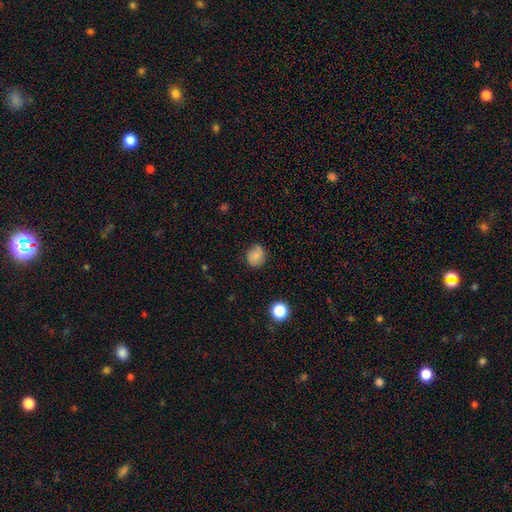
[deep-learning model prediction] smooth-or-featured: smooth: 75% | featured or disk: 14% | star or artifact: 10%
  how-rounded: round: 72% | in between: 27% | cigar-shaped: 1%
  merging: none: 76% | minor disturbance: 19% | major disturbance: 4% | merger: 1%